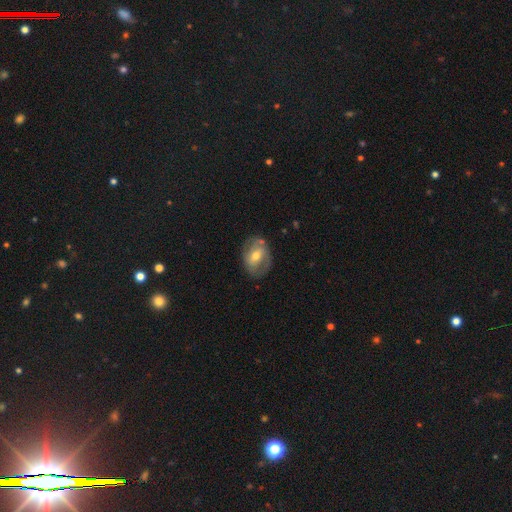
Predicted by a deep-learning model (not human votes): Smooth or featured: featured or disk — 55% (smooth — 38%)
Edge-on disk: no — 94% (yes — 6%)
Bar: weak — 42% (no — 36%)
Spiral arms: yes — 53% (no — 47%)
Bulge size: moderate — 68% (small — 24%)
Merging: none — 69% (minor disturbance — 20%)